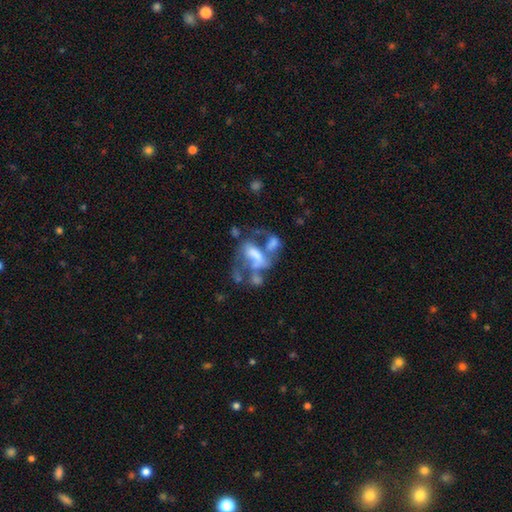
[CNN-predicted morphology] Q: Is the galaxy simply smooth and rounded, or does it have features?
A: featured or disk — 54%.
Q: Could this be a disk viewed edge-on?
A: no — 96%.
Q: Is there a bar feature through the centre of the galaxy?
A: no — 63%.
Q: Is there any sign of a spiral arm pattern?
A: no — 76%.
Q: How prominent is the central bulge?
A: none — 45%.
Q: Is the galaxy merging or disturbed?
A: merger — 43%.